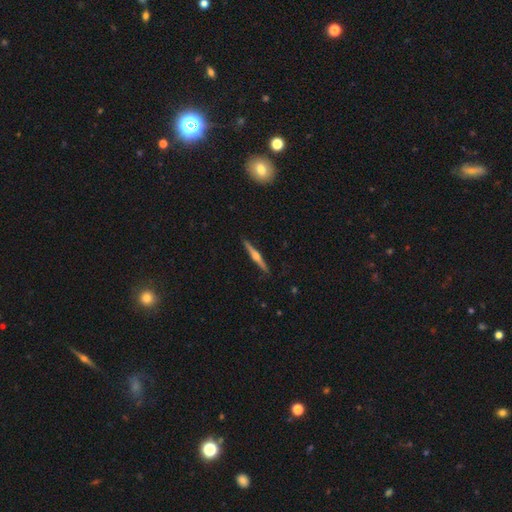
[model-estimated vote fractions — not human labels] Smooth or featured? featured or disk (75%)
Edge-on disk? yes (98%)
Edge-on bulge? rounded (89%)
Merging? none (92%)